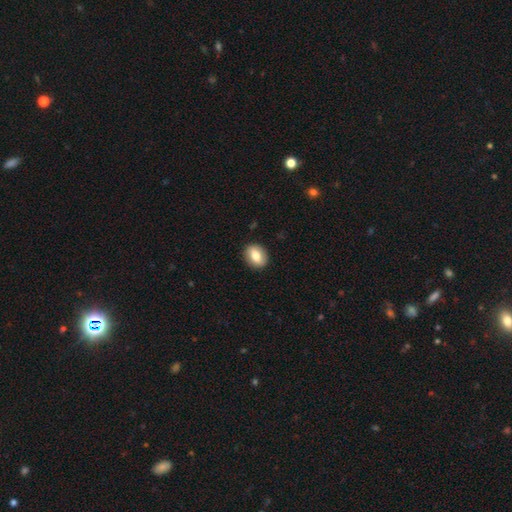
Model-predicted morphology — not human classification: smooth-or-featured: smooth: 71% | featured or disk: 21% | star or artifact: 7%
  how-rounded: in between: 59% | round: 39% | cigar-shaped: 2%
  merging: none: 89% | minor disturbance: 8% | major disturbance: 2% | merger: 1%